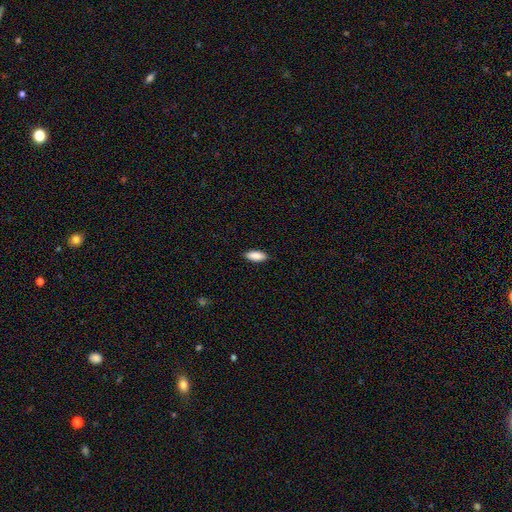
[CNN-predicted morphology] Smooth or featured: smooth — 89% (star or artifact — 6%)
How rounded: in between — 78% (cigar-shaped — 20%)
Merging: none — 89% (minor disturbance — 9%)